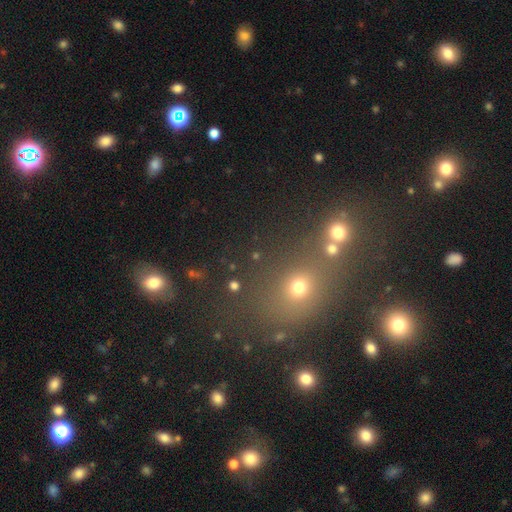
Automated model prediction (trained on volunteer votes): smooth-or-featured: smooth: 46% | star or artifact: 43% | featured or disk: 11%
  merging: none: 62% | merger: 23% | minor disturbance: 9% | major disturbance: 5%